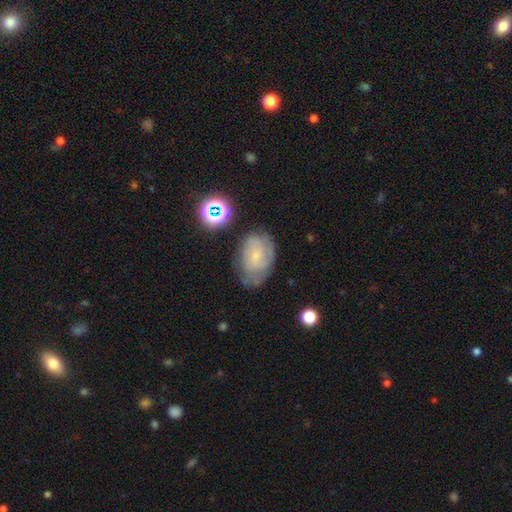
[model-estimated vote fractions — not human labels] Smooth or featured?
  - featured or disk: 50% *
  - smooth: 38%
  - star or artifact: 12%
Merging?
  - none: 59% *
  - minor disturbance: 28%
  - major disturbance: 10%
  - merger: 3%